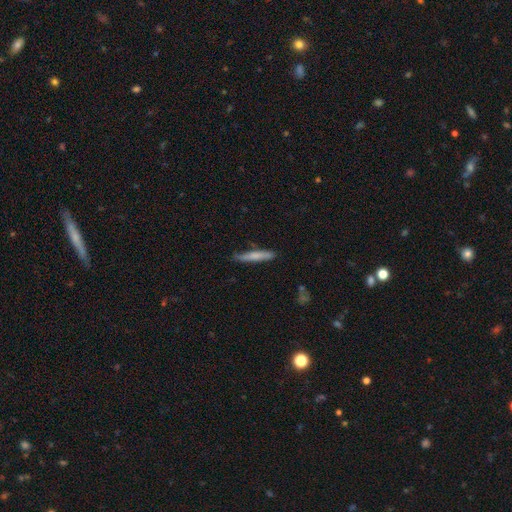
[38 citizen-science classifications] Morphology: type=smooth (76%); roundness=cigar-shaped (100%); merging=none (68%).